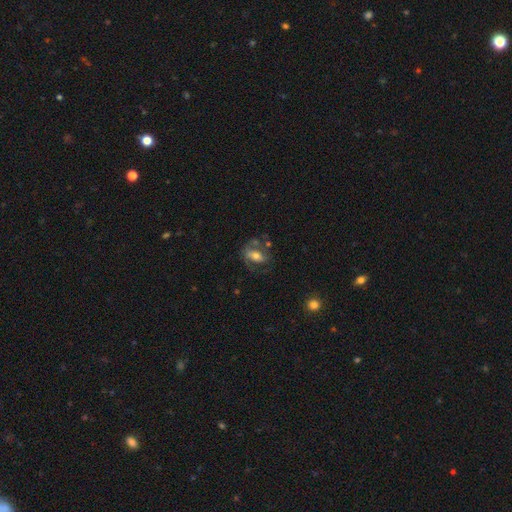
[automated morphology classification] Smooth or featured? Predicted: featured or disk (p=0.50). Edge-on disk? Predicted: no (p=0.92). Merging? Predicted: none (p=0.49).